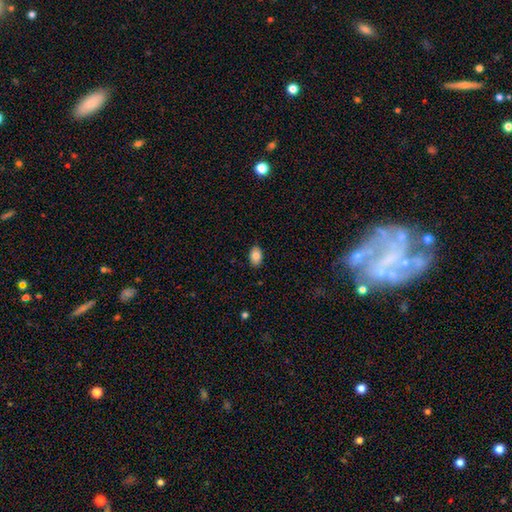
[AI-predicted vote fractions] Overall: smooth (85%). How rounded: in between (89%). Merging: none (87%).